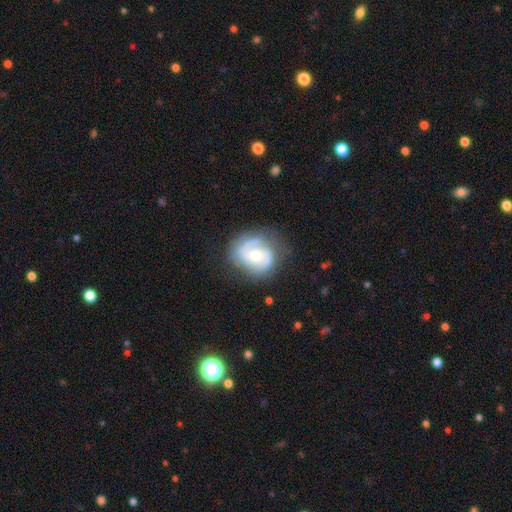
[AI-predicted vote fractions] Morphology: type=featured or disk (71%); edge-on=no (97%); bar=no (64%); spiral arms=yes (86%); winding=medium (42%); arm count=2 (60%); bulge=moderate (62%); merging=none (64%).